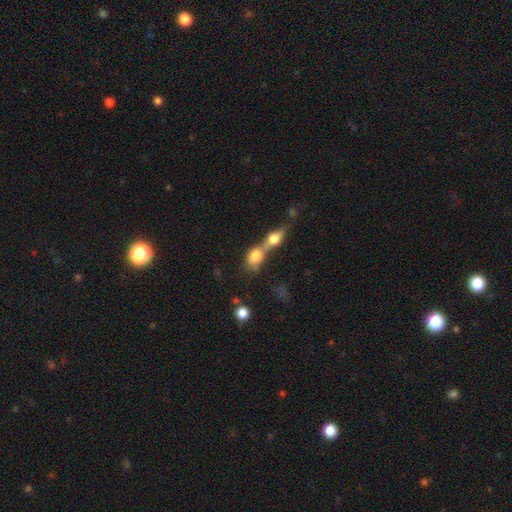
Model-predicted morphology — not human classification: smooth 73%, featured or disk 18%, star or artifact 9%. Down the decision tree: how rounded — in between (64%); merging — merger (76%).